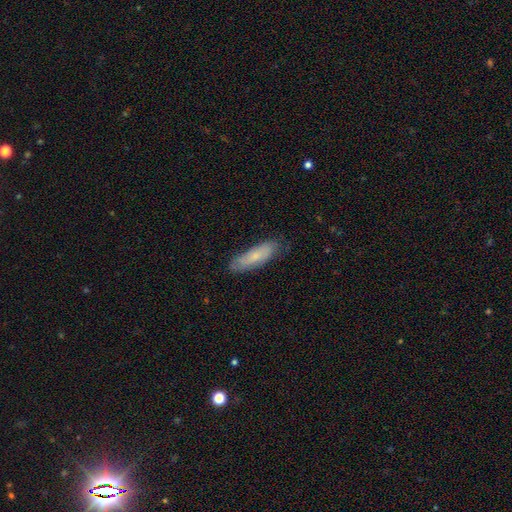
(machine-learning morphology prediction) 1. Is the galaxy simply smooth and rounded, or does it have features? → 64% smooth, 29% featured or disk, 7% star or artifact.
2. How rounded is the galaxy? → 55% cigar-shaped, 43% in between, 2% round.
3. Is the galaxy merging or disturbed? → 77% none, 19% minor disturbance, 3% major disturbance, 1% merger.